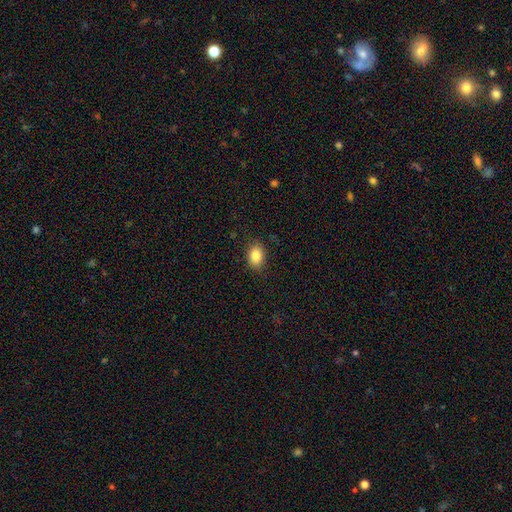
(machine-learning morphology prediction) Smooth or featured? Predicted: smooth (p=0.86). How rounded? Predicted: in between (p=0.74). Merging? Predicted: none (p=0.86).